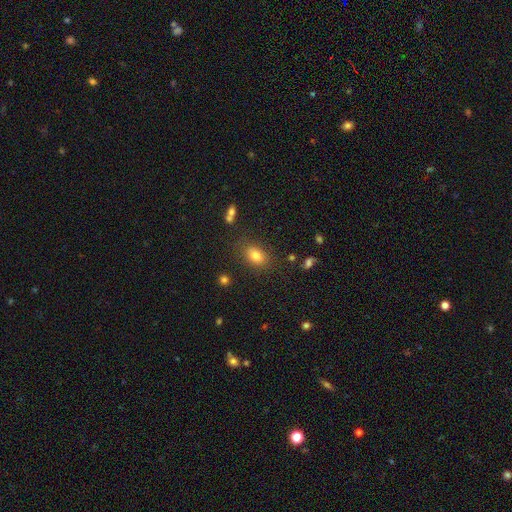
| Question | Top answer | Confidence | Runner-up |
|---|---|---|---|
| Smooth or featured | smooth | 71% | featured or disk (21%) |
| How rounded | in between | 85% | round (15%) |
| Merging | none | 83% | minor disturbance (14%) |